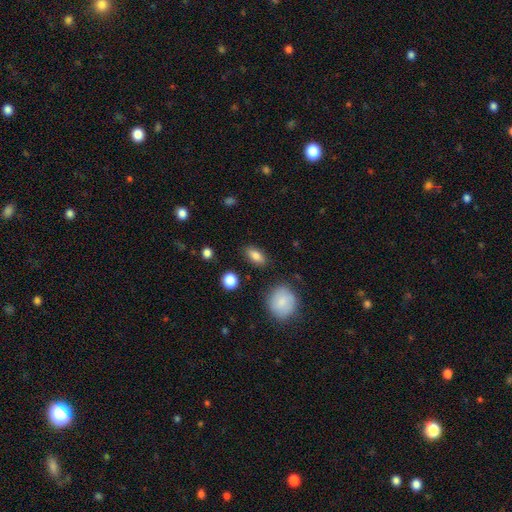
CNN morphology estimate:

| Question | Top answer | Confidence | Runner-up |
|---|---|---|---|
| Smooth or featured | smooth | 81% | featured or disk (11%) |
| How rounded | in between | 83% | cigar-shaped (10%) |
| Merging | none | 86% | minor disturbance (9%) |